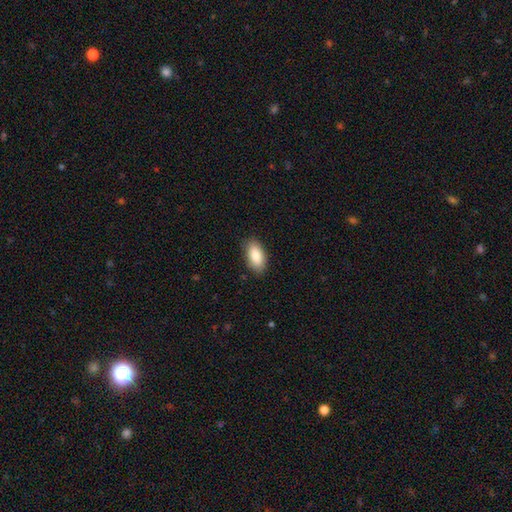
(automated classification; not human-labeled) Smooth or featured?
  - smooth: 86% *
  - featured or disk: 8%
  - star or artifact: 6%
How rounded?
  - in between: 92% *
  - cigar-shaped: 5%
  - round: 3%
Merging?
  - none: 85% *
  - minor disturbance: 11%
  - major disturbance: 2%
  - merger: 1%